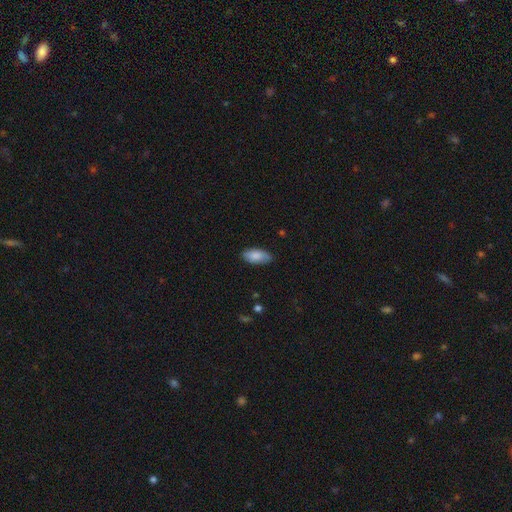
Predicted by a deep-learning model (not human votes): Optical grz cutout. It shows a smooth galaxy with no disk features (84%) that is in between round and cigar-shaped (92%). Merging: none (83%).